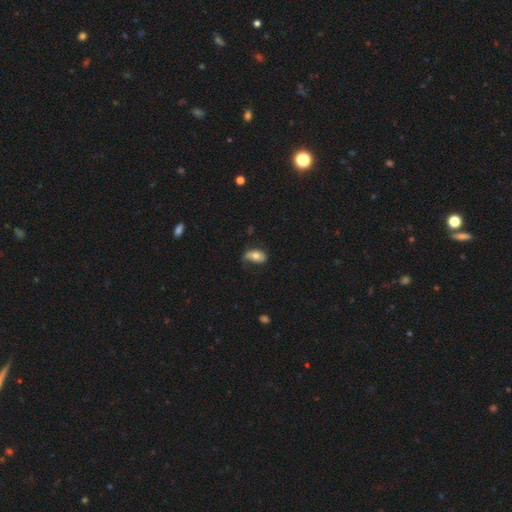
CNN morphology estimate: This is likely a smooth galaxy (67%). How rounded: clearly in between (91%). Merging: possibly none (50%).